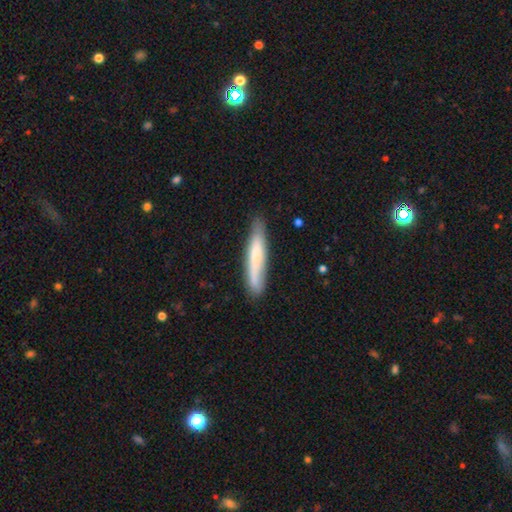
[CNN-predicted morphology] Q: Smooth or featured?
A: smooth (64%); runner-up: featured or disk (30%)
Q: How rounded?
A: cigar-shaped (89%); runner-up: in between (10%)
Q: Merging?
A: none (75%); runner-up: minor disturbance (19%)